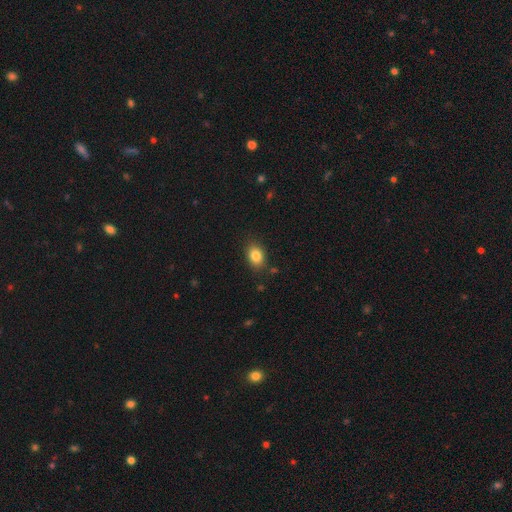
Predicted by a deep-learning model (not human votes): A smooth galaxy with no disk features (84%) that is in between round and cigar-shaped (76%).

Vote fractions:
- Smooth or featured? smooth: 84% / star or artifact: 9% / featured or disk: 7%
- How rounded? in between: 76% / round: 23% / cigar-shaped: 1%
- Merging? none: 84% / minor disturbance: 12% / major disturbance: 3% / merger: 2%